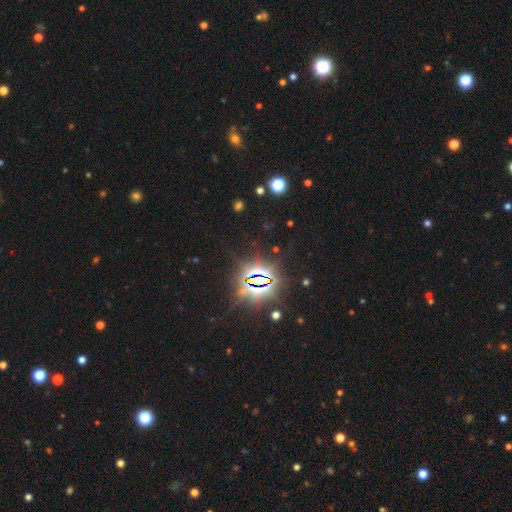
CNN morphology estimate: Smooth or featured? star or artifact (86%)